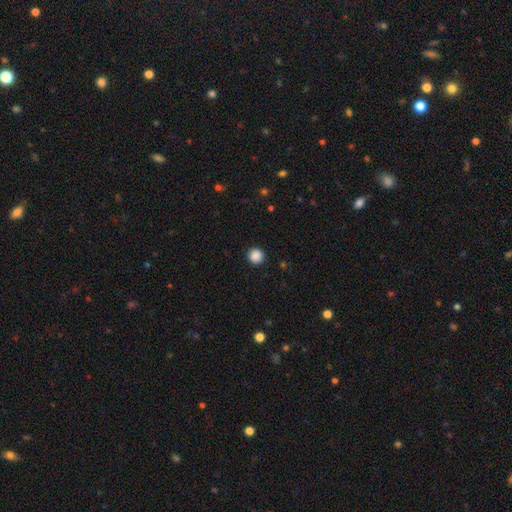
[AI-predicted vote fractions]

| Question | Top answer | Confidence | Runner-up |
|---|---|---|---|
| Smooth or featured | smooth | 88% | star or artifact (10%) |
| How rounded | round | 95% | in between (4%) |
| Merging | none | 93% | minor disturbance (5%) |